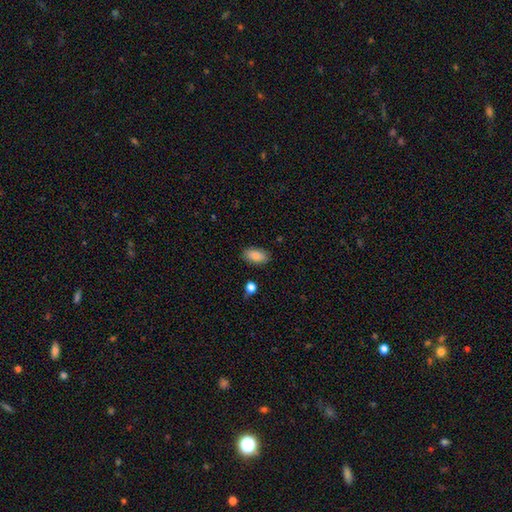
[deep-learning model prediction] This appears to be a smooth galaxy with no disk features (87%) that is in between round and cigar-shaped (93%). Merging: none (86%).